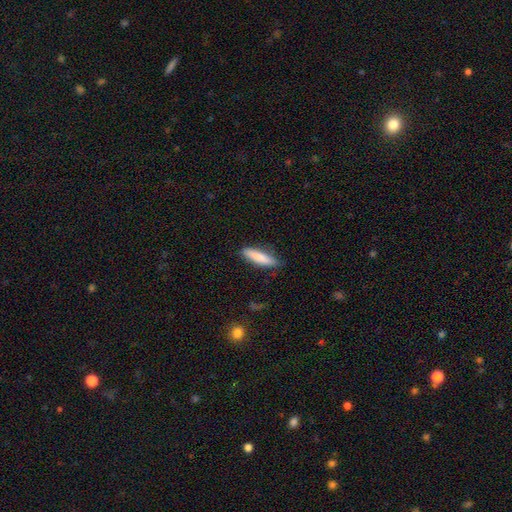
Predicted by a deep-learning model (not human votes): Smooth or featured? Predicted: smooth (p=0.83). How rounded? Predicted: cigar-shaped (p=0.74). Merging? Predicted: none (p=0.82).